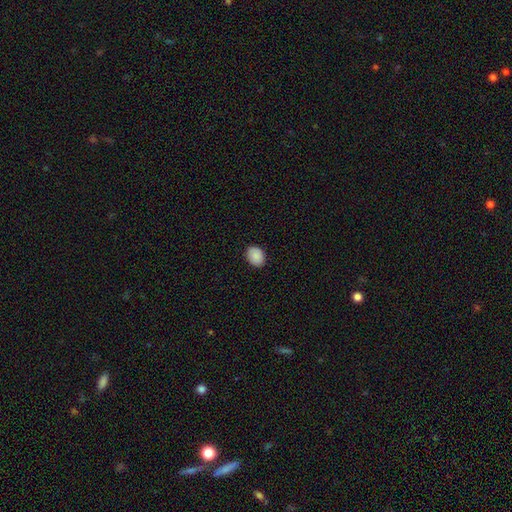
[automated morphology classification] This is clearly a smooth galaxy (89%). How rounded: likely in between (65%). Merging: clearly none (88%).